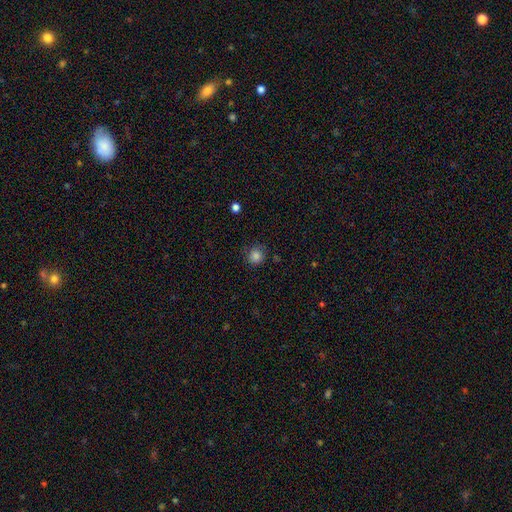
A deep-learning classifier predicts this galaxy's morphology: smooth 84%, star or artifact 12%, featured or disk 5%. Down the decision tree: how rounded — round (89%); merging — none (81%).